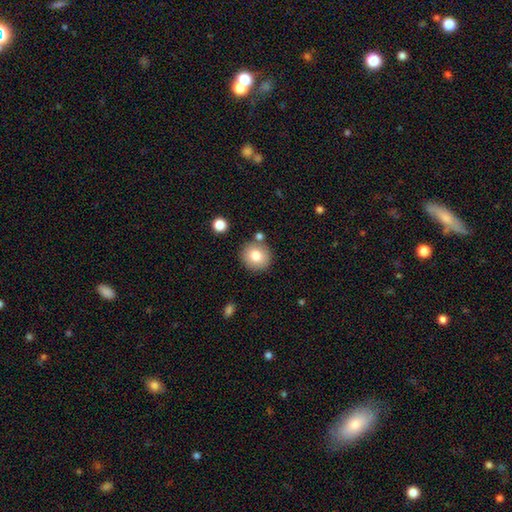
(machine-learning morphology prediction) Q: Smooth or featured?
A: smooth (78%); runner-up: featured or disk (12%)
Q: How rounded?
A: round (87%); runner-up: in between (12%)
Q: Merging?
A: none (80%); runner-up: minor disturbance (10%)